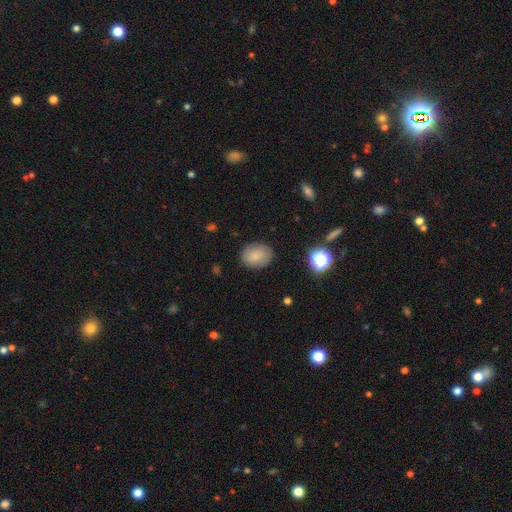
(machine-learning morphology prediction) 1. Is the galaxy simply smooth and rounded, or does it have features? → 83% smooth, 10% star or artifact, 7% featured or disk.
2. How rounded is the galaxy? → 65% in between, 34% round, 1% cigar-shaped.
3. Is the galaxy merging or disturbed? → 85% none, 11% minor disturbance, 3% major disturbance, 1% merger.